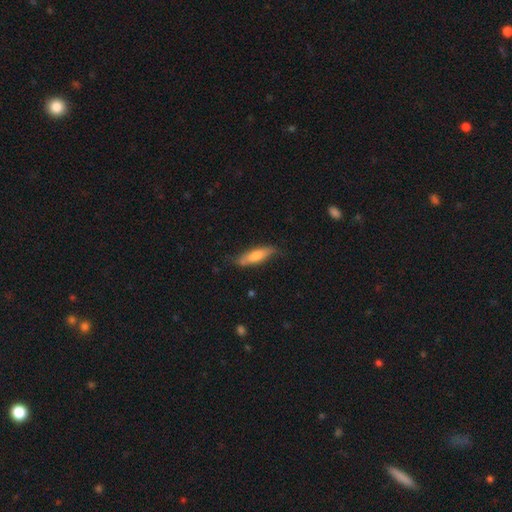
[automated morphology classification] Smooth or featured: smooth — 70% (featured or disk — 24%)
How rounded: cigar-shaped — 61% (in between — 37%)
Merging: none — 74% (minor disturbance — 21%)